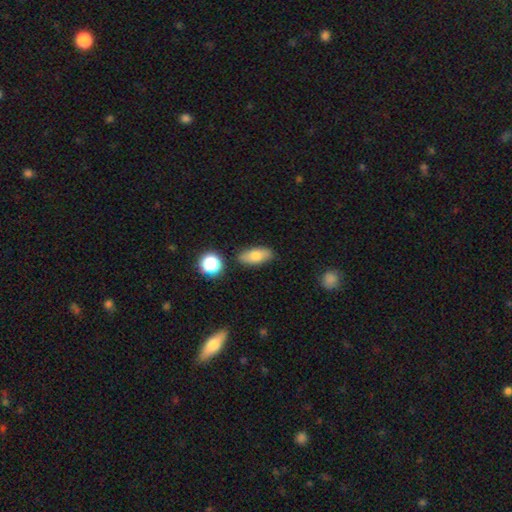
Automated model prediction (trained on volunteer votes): A smooth galaxy with no disk features (74%) that is in between round and cigar-shaped (81%). Merging: none (82%).